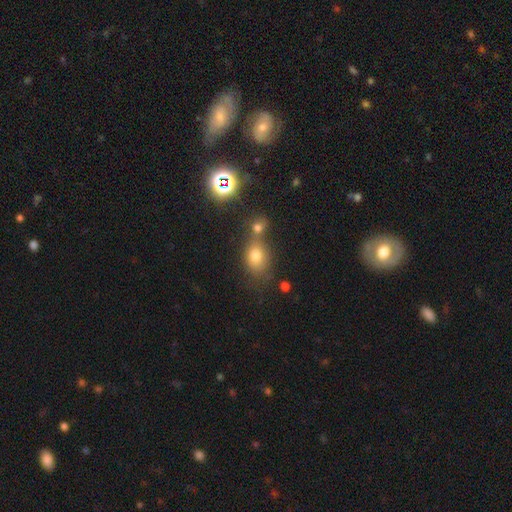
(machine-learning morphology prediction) A smooth galaxy with no disk features (68%) that is in between round and cigar-shaped (55%). Merging: none (48%).